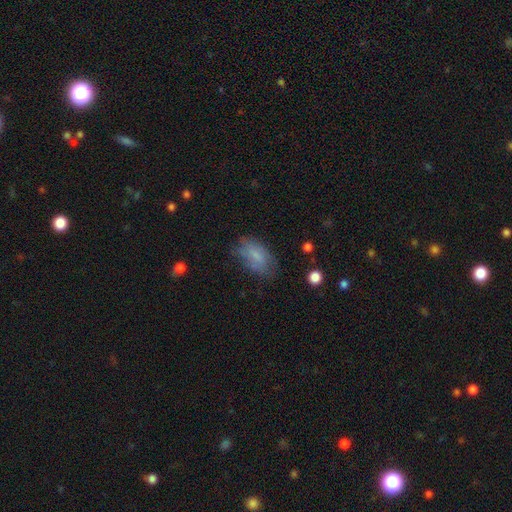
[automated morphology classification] Smooth or featured? Predicted: smooth (p=0.71). How rounded? Predicted: in between (p=0.91). Merging? Predicted: none (p=0.60).